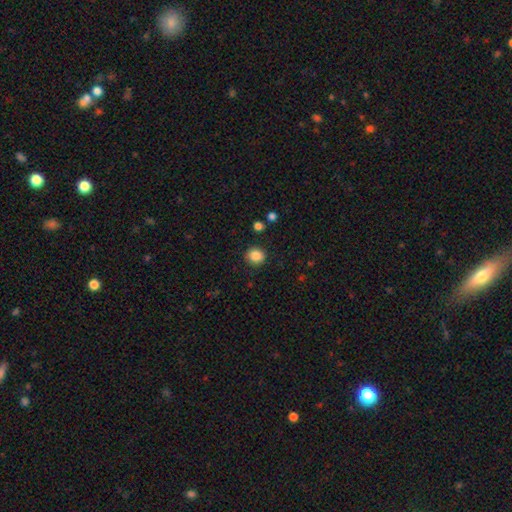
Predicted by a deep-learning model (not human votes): A smooth galaxy with no disk features (86%) that is round (85%). Merging: none (90%).